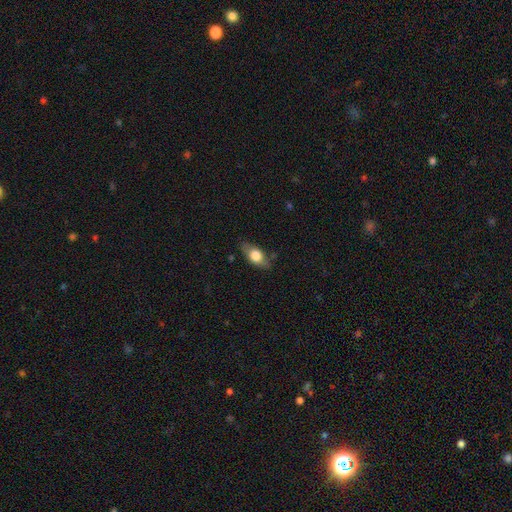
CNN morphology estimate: Q: Smooth or featured?
A: smooth (67%); runner-up: featured or disk (26%)
Q: How rounded?
A: in between (83%); runner-up: cigar-shaped (9%)
Q: Merging?
A: none (76%); runner-up: minor disturbance (18%)